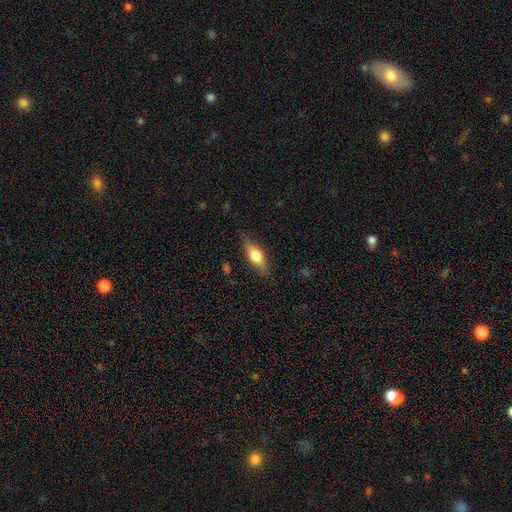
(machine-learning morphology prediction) Overall: smooth (61%; featured or disk 32%). How rounded: in between (70%). Merging: none (82%).